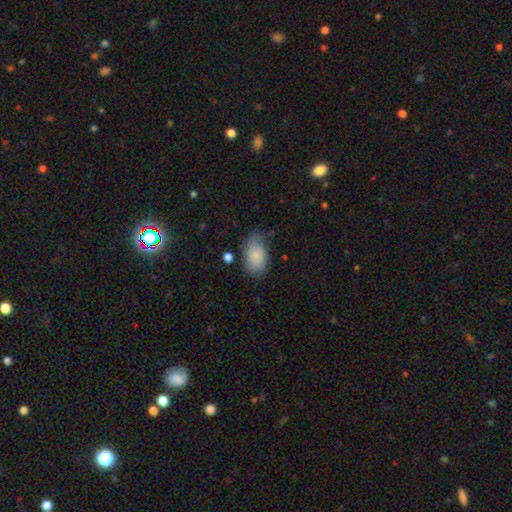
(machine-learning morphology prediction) smooth-or-featured: smooth: 85% | featured or disk: 8% | star or artifact: 7%
  how-rounded: in between: 92% | round: 7% | cigar-shaped: 2%
  merging: none: 66% | minor disturbance: 25% | major disturbance: 6% | merger: 3%